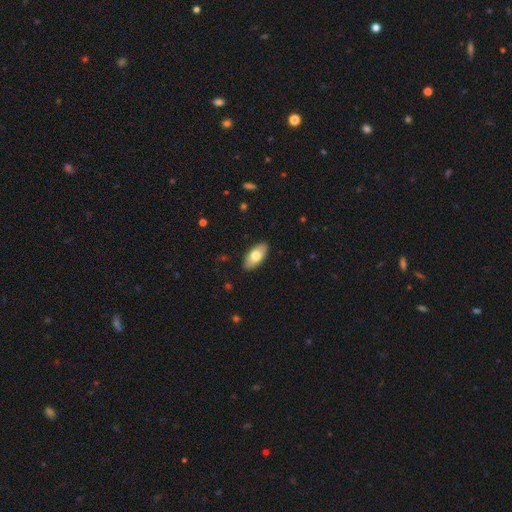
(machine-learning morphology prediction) Smooth or featured? Predicted: smooth (p=0.71). How rounded? Predicted: in between (p=0.91). Merging? Predicted: none (p=0.89).